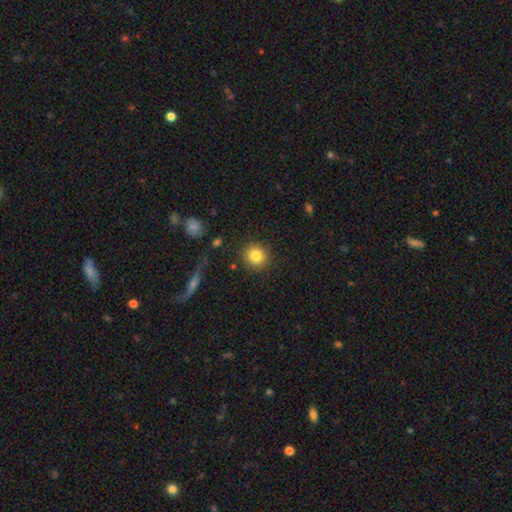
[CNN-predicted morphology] Smooth or featured? Predicted: smooth (p=0.83). How rounded? Predicted: round (p=0.90). Merging? Predicted: none (p=0.88).